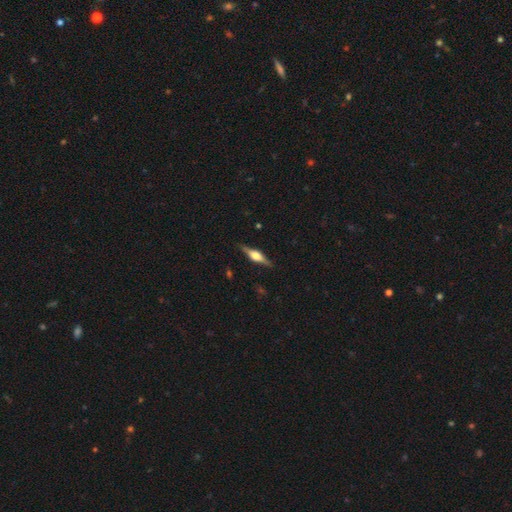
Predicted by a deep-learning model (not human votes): A featured or disk galaxy (75%) viewed edge-on (98%) with a rounded central bulge (88%).

Vote fractions:
- Smooth or featured? featured or disk: 75% / smooth: 19% / star or artifact: 6%
- Edge-on disk? yes: 98% / no: 2%
- Edge-on bulge? rounded: 88% / boxy: 11% / none: 2%
- Merging? none: 88% / minor disturbance: 9% / major disturbance: 2% / merger: 1%